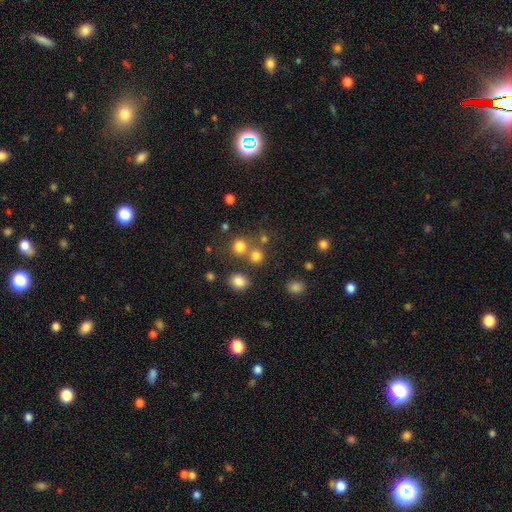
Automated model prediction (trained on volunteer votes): smooth 76%, star or artifact 17%, featured or disk 7%. Down the decision tree: how rounded — round (87%); merging — none (64%).